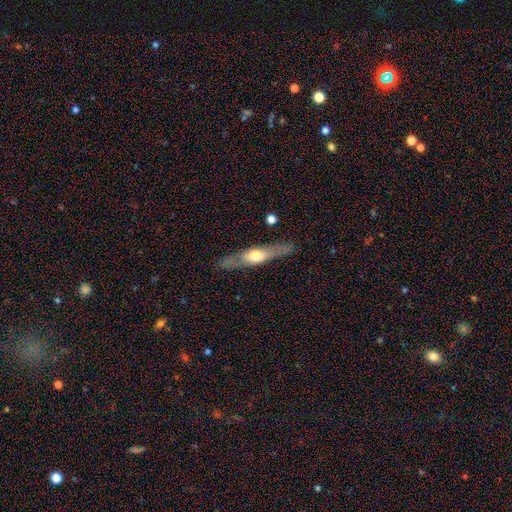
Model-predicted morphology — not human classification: This appears to be a featured or disk galaxy (58%) viewed edge-on (83%). Merging: none (82%).